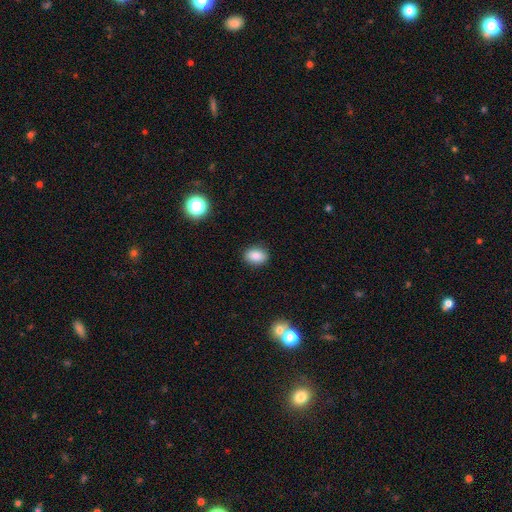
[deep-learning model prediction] Q: Smooth or featured?
A: smooth (86%); runner-up: star or artifact (9%)
Q: How rounded?
A: in between (76%); runner-up: round (23%)
Q: Merging?
A: none (88%); runner-up: minor disturbance (8%)